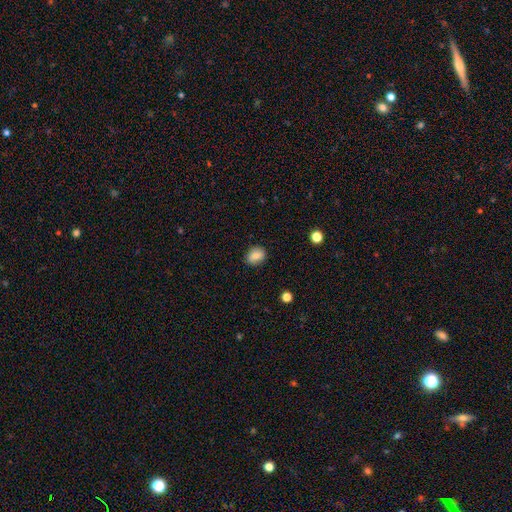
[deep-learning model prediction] Smooth or featured? smooth (83%)
How rounded? in between (59%)
Merging? none (85%)